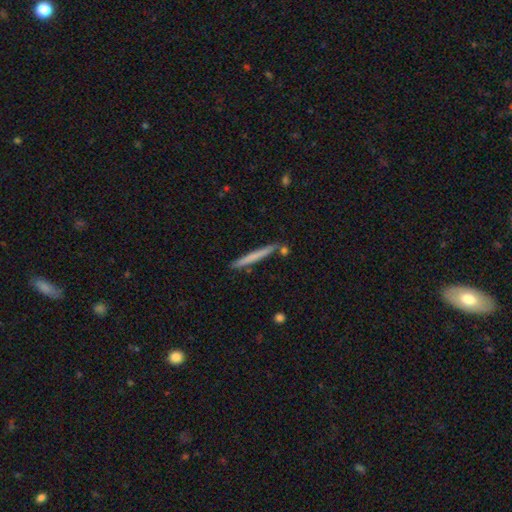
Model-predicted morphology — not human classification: smooth_or_featured: smooth (p=0.64) [alt: featured or disk p=0.31]
how_rounded: cigar-shaped (p=0.97) [alt: in between p=0.02]
merging: none (p=0.83) [alt: minor disturbance p=0.10]